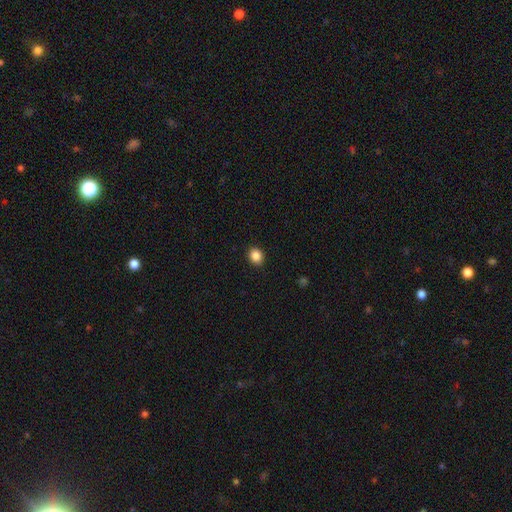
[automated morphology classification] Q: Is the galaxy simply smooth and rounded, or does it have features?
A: smooth — 87%.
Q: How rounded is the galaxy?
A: round — 61%.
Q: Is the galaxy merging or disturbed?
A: none — 91%.